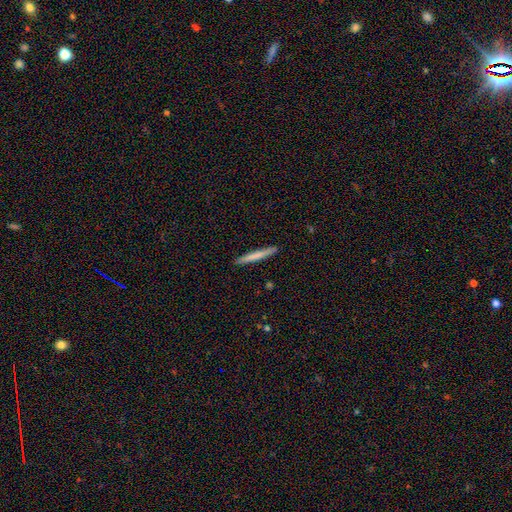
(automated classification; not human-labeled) The model was most divided on "smooth or featured": smooth: 71%, featured or disk: 24%, star or artifact: 5%. More confident: how rounded — cigar-shaped (97%); merging — none (92%).